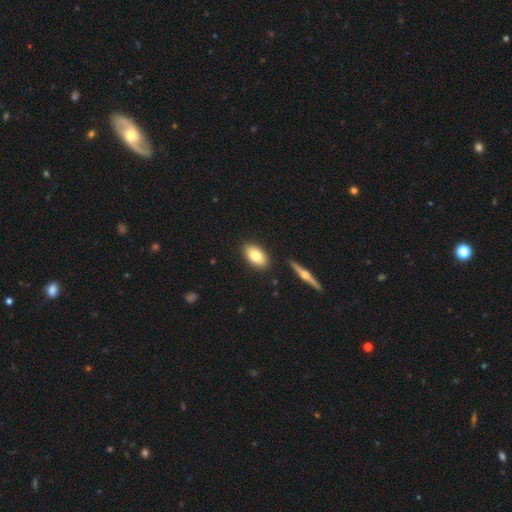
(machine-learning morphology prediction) This is likely a smooth galaxy (76%). How rounded: clearly in between (90%). Merging: clearly none (87%).